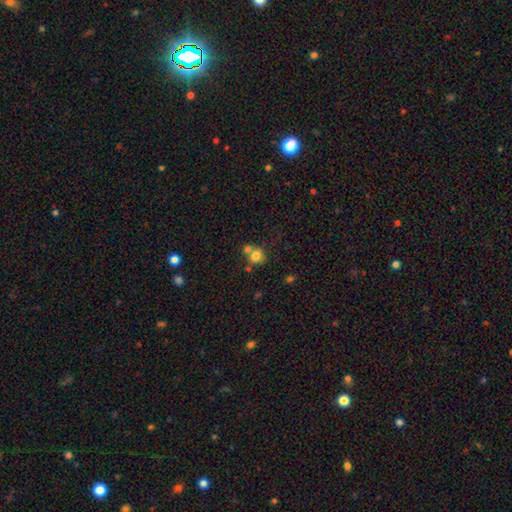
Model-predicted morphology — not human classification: Smooth or featured? Predicted: smooth (p=0.77). How rounded? Predicted: round (p=0.76). Merging? Predicted: none (p=0.45).